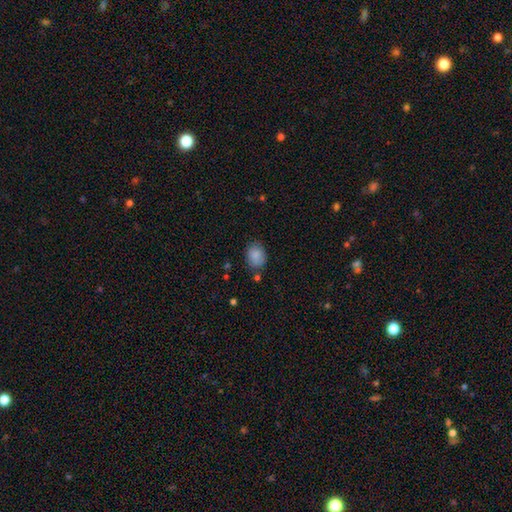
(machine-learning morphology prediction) The model was most divided on "how rounded": in between: 59%, round: 40%, cigar-shaped: 1%. More confident: smooth or featured — smooth (86%); merging — none (74%).